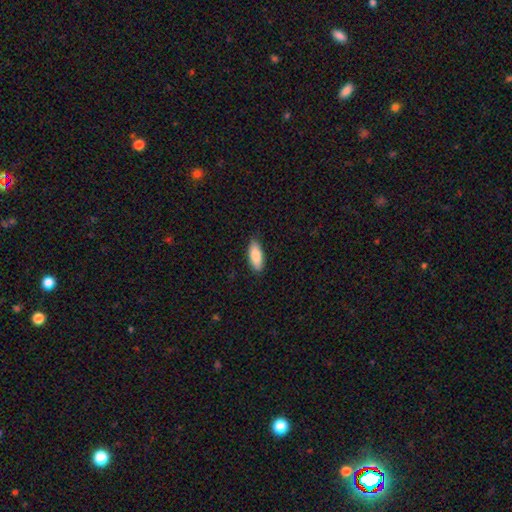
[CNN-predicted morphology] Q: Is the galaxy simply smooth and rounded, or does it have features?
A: smooth — 86%.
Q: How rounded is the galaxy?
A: in between — 76%.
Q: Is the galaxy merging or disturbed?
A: none — 86%.